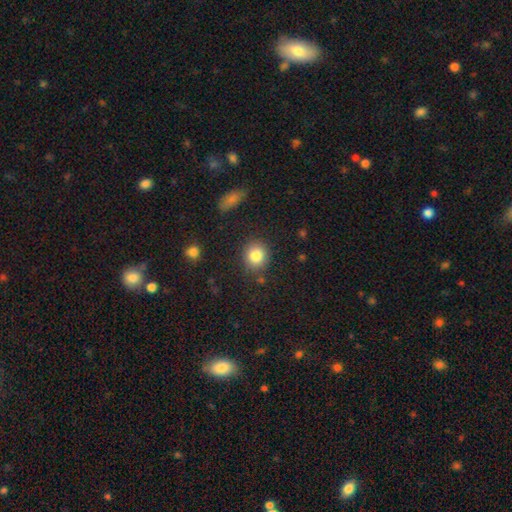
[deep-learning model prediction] A smooth galaxy with no disk features (84%) that is round (79%).

Vote fractions:
- Smooth or featured? smooth: 84% / star or artifact: 9% / featured or disk: 7%
- How rounded? round: 79% / in between: 20% / cigar-shaped: 1%
- Merging? none: 83% / minor disturbance: 10% / merger: 3% / major disturbance: 3%